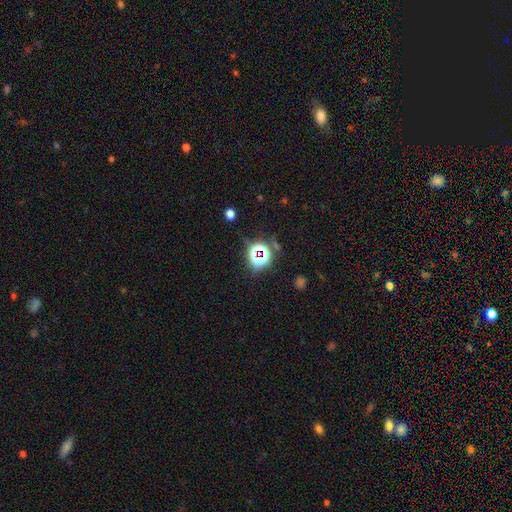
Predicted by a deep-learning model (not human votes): Morphology: type=star or artifact (73%).